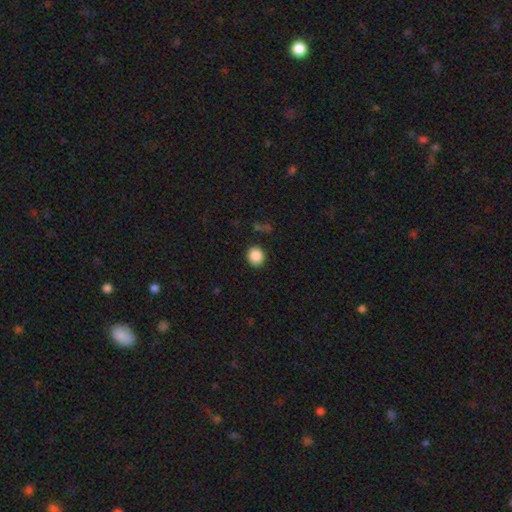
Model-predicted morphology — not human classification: smooth_or_featured: smooth (p=0.88) [alt: star or artifact p=0.09]
how_rounded: round (p=0.80) [alt: in between p=0.19]
merging: none (p=0.89) [alt: minor disturbance p=0.07]